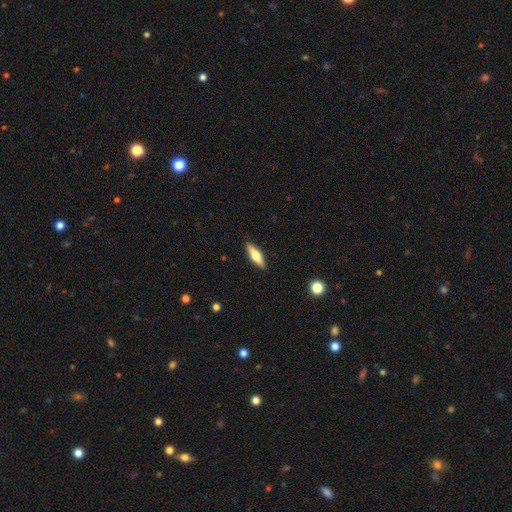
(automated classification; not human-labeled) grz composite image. It shows a smooth galaxy with no disk features (55%) that is cigar-shaped (57%). Merging: none (89%).